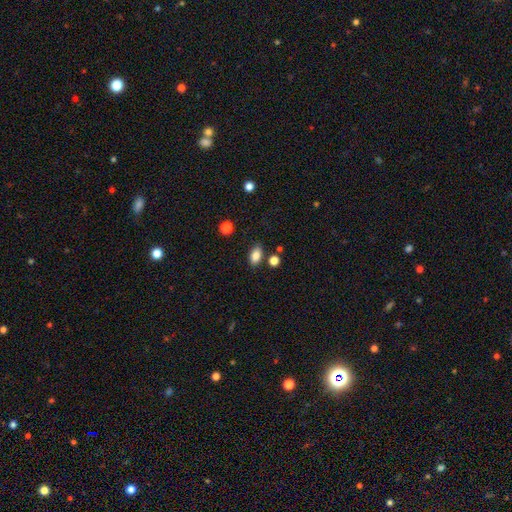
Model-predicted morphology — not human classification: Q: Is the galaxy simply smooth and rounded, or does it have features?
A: smooth — 85%.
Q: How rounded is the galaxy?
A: in between — 89%.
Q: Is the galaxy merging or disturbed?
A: none — 81%.